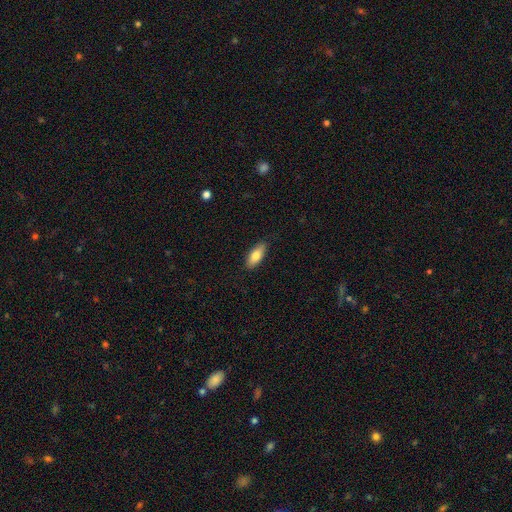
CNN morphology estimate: This is clearly a smooth galaxy (80%). How rounded: likely in between (79%). Merging: clearly none (86%).